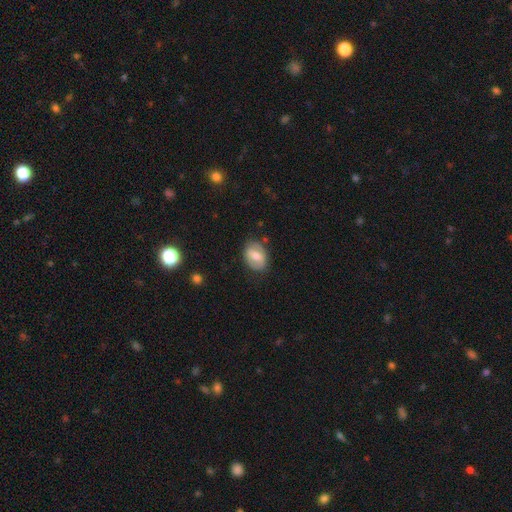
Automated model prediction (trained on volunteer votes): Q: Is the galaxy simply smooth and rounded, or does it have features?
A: smooth — 53%.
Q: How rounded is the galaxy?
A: in between — 73%.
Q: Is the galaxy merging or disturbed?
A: none — 79%.